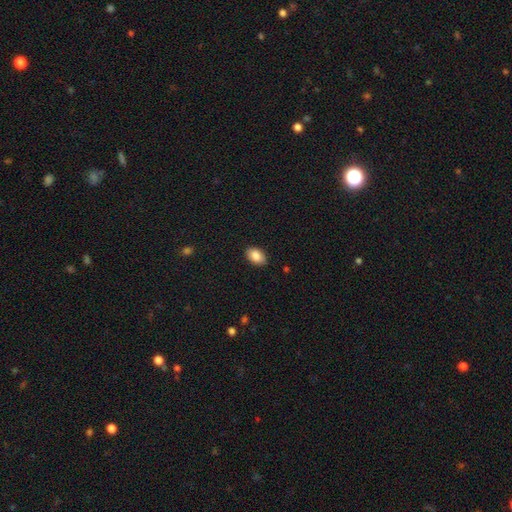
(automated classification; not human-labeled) smooth_or_featured: smooth (p=0.87) [alt: star or artifact p=0.07]
how_rounded: in between (p=0.90) [alt: round p=0.09]
merging: none (p=0.88) [alt: minor disturbance p=0.09]